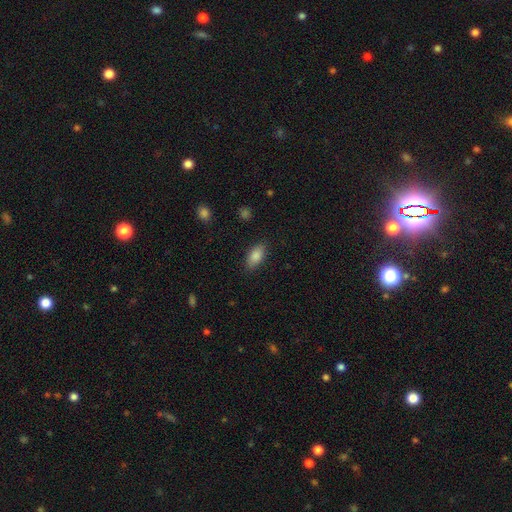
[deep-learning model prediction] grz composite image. It shows a smooth galaxy with no disk features (86%) that is in between round and cigar-shaped (89%). Merging: none (85%).